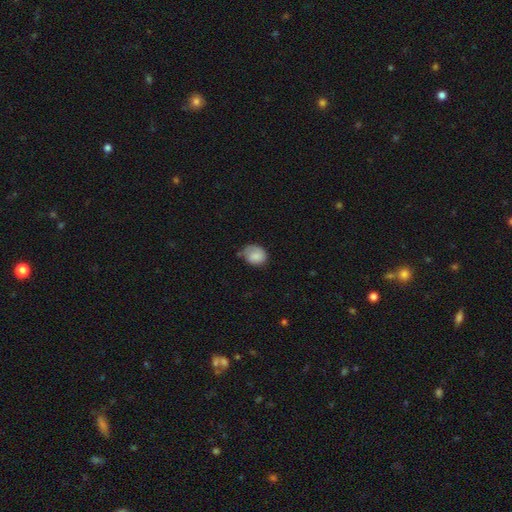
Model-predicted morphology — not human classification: This appears to be a smooth galaxy with no disk features (80%) that is round (52%). Merging: none (50%).